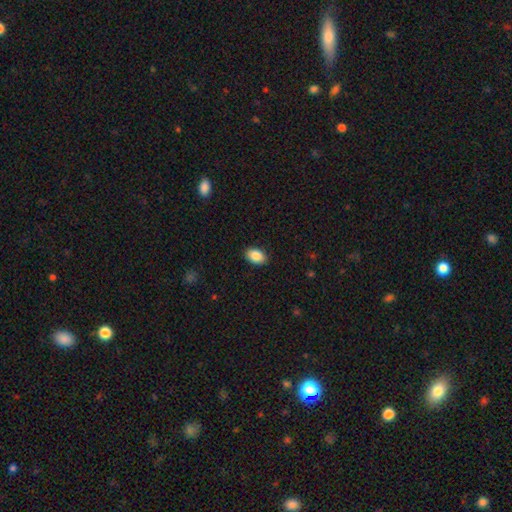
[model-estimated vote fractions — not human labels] smooth 88%, star or artifact 7%, featured or disk 5%. Down the decision tree: how rounded — in between (88%); merging — none (90%).